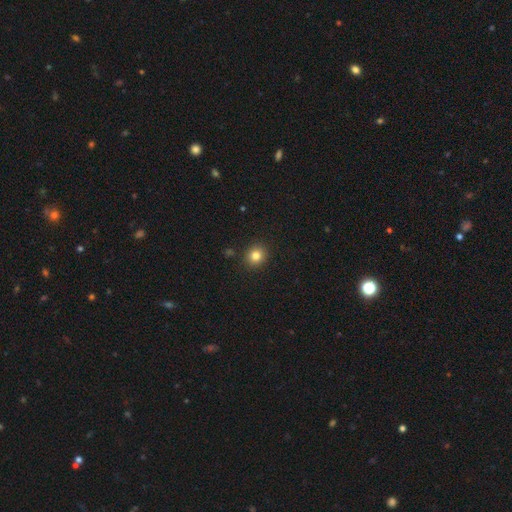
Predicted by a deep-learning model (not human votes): This is clearly a smooth galaxy (82%). How rounded: clearly round (84%). Merging: clearly none (90%).